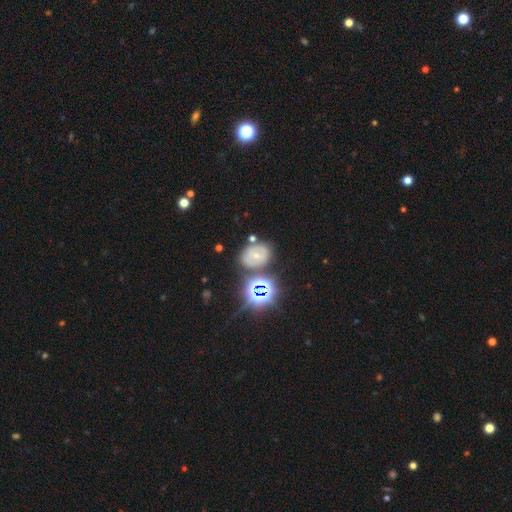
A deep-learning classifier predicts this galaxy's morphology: A featured or disk galaxy (41%).

Vote fractions:
- Smooth or featured? featured or disk: 41% / smooth: 36% / star or artifact: 23%
- Merging? none: 66% / minor disturbance: 18% / merger: 10% / major disturbance: 6%